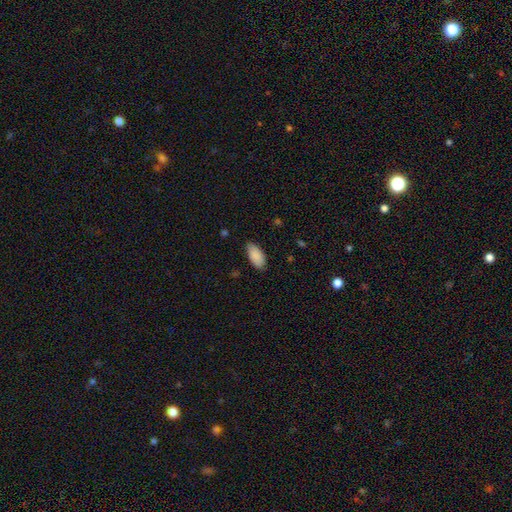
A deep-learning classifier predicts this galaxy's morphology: Smooth or featured?
  - smooth: 89% *
  - star or artifact: 6%
  - featured or disk: 5%
How rounded?
  - in between: 94% *
  - cigar-shaped: 5%
  - round: 2%
Merging?
  - none: 81% *
  - minor disturbance: 16%
  - major disturbance: 3%
  - merger: 1%